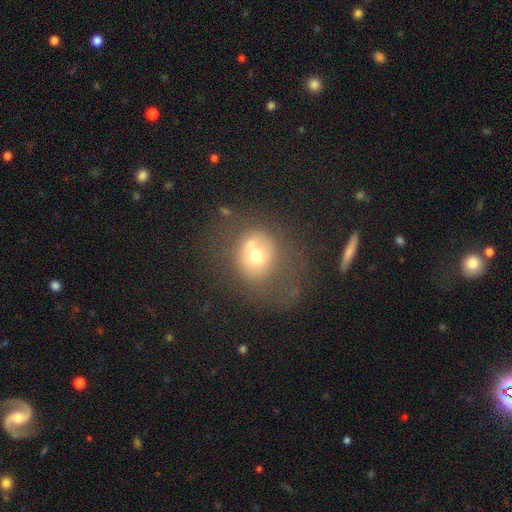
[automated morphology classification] type=smooth (57%); roundness=round (67%); merging=none (34%).